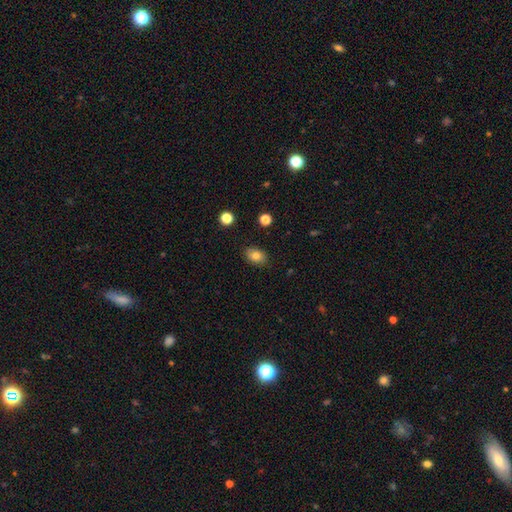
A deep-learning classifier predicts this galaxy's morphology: smooth 81%, star or artifact 10%, featured or disk 9%. Down the decision tree: how rounded — in between (77%); merging — none (86%).